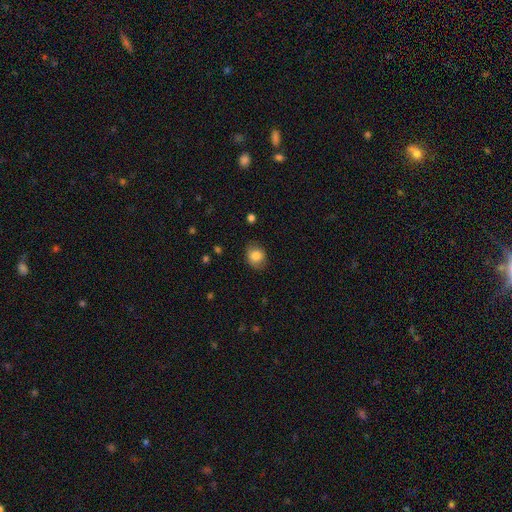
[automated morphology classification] This is clearly a smooth galaxy (84%). How rounded: possibly round (54%). Merging: likely none (79%).